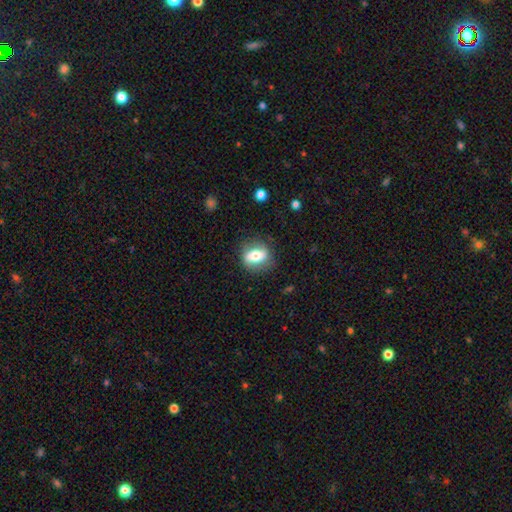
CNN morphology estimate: Q: Smooth or featured?
A: smooth (57%); runner-up: featured or disk (35%)
Q: How rounded?
A: in between (56%); runner-up: round (41%)
Q: Merging?
A: none (77%); runner-up: minor disturbance (15%)